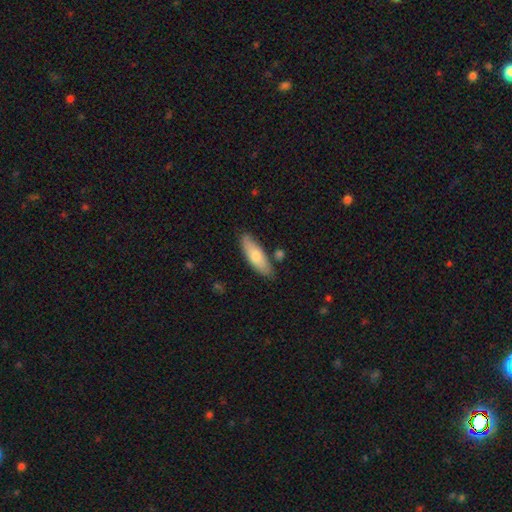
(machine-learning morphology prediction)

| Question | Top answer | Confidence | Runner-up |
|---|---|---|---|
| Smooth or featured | smooth | 72% | featured or disk (23%) |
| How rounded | in between | 59% | cigar-shaped (39%) |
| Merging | none | 78% | minor disturbance (14%) |